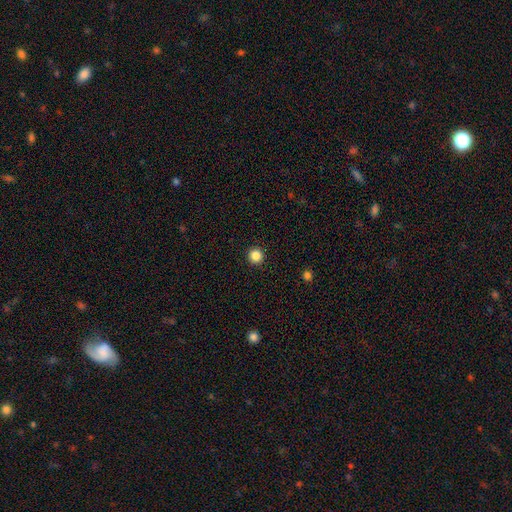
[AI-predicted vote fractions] Overall: smooth (86%). How rounded: round (96%). Merging: none (93%).